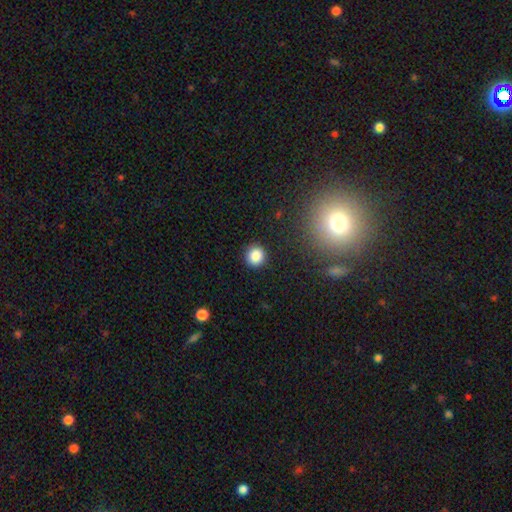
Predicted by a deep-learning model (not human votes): The model was most divided on "smooth or featured": smooth: 85%, star or artifact: 11%, featured or disk: 4%. More confident: how rounded — round (92%); merging — none (91%).